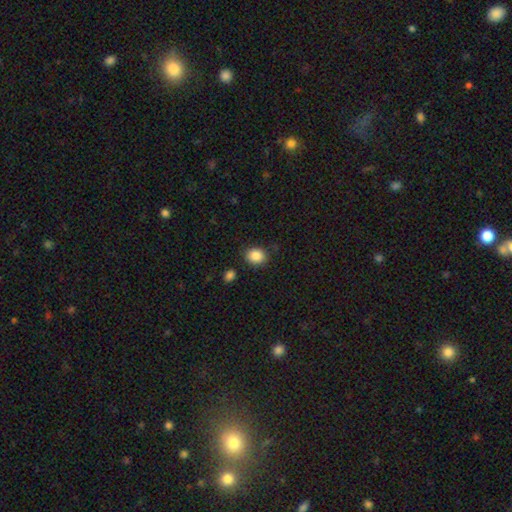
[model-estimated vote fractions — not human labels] This appears to be a smooth galaxy with no disk features (87%) that is round (62%). Merging: none (84%).